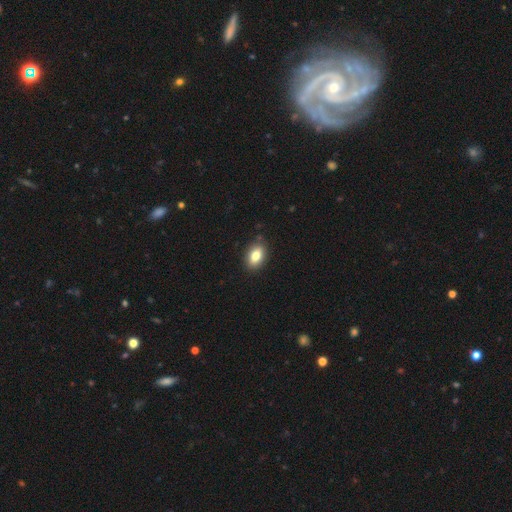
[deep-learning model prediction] Smooth or featured?
  - smooth: 82% *
  - featured or disk: 9%
  - star or artifact: 8%
How rounded?
  - in between: 86% *
  - round: 12%
  - cigar-shaped: 2%
Merging?
  - none: 86% *
  - minor disturbance: 10%
  - major disturbance: 2%
  - merger: 1%